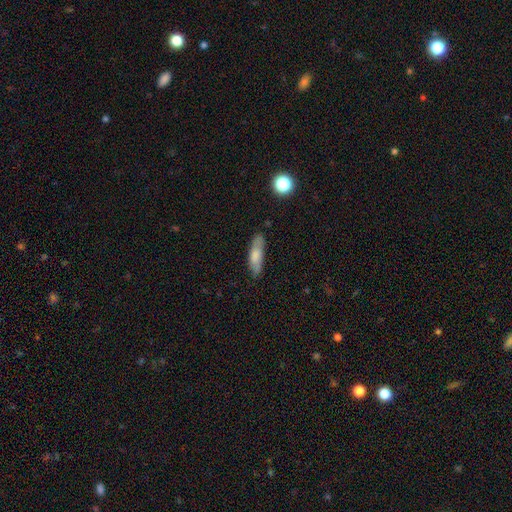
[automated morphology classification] Smooth or featured: smooth — 71% (featured or disk — 22%)
How rounded: cigar-shaped — 53% (in between — 45%)
Merging: none — 76% (minor disturbance — 18%)